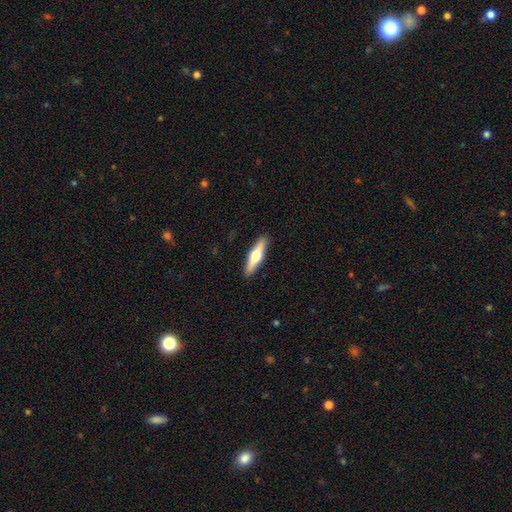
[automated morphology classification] Q: Smooth or featured?
A: featured or disk (49%); runner-up: smooth (45%)
Q: Merging?
A: none (91%); runner-up: minor disturbance (7%)